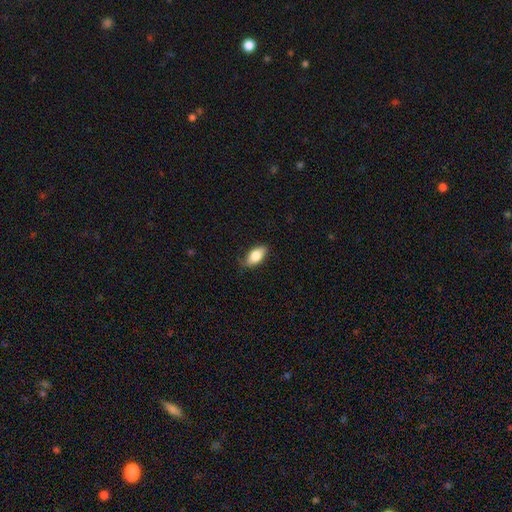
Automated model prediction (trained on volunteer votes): A smooth galaxy with no disk features (79%) that is in between round and cigar-shaped (90%). Merging: none (72%).